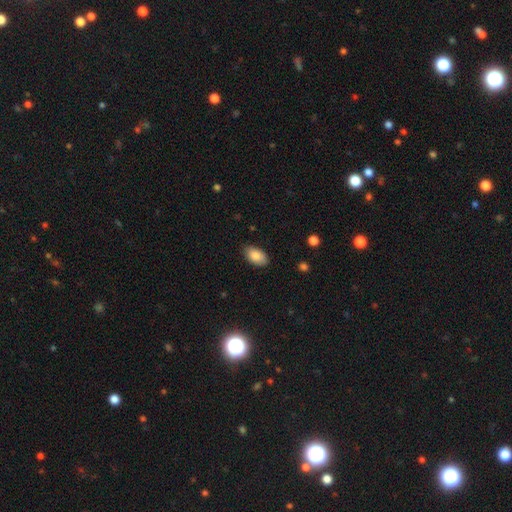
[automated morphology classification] The model was most divided on "merging": none: 83%, minor disturbance: 14%, major disturbance: 2%, merger: 1%. More confident: how rounded — in between (94%); smooth or featured — smooth (87%).